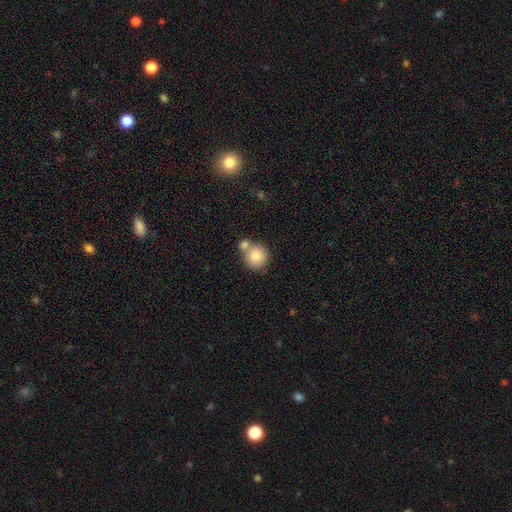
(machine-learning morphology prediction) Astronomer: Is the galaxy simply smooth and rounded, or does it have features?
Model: smooth — 82%.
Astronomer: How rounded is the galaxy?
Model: round — 92%.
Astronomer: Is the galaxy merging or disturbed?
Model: none — 53% (runner-up: merger, 35%).